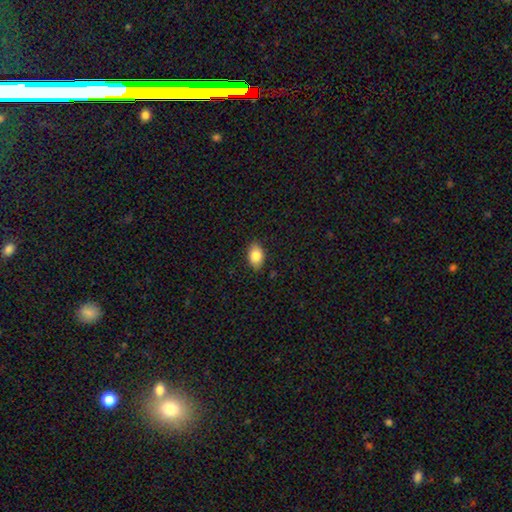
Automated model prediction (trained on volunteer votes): Smooth or featured?
  - smooth: 85% *
  - featured or disk: 8%
  - star or artifact: 7%
How rounded?
  - in between: 89% *
  - round: 10%
  - cigar-shaped: 1%
Merging?
  - none: 86% *
  - minor disturbance: 10%
  - major disturbance: 2%
  - merger: 1%